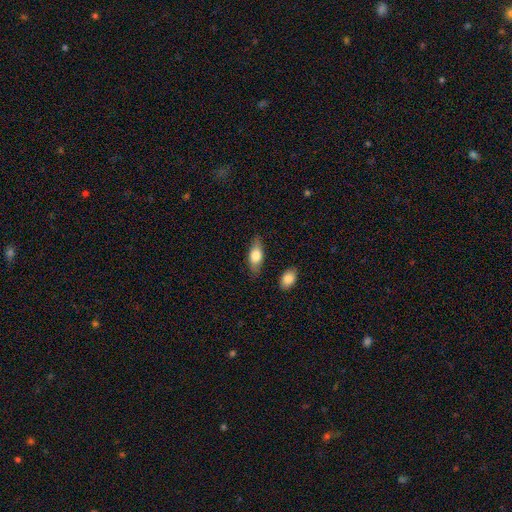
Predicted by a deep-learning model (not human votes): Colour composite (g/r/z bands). It shows a smooth galaxy with no disk features (71%) that is in between round and cigar-shaped (79%). Merging: none (79%).